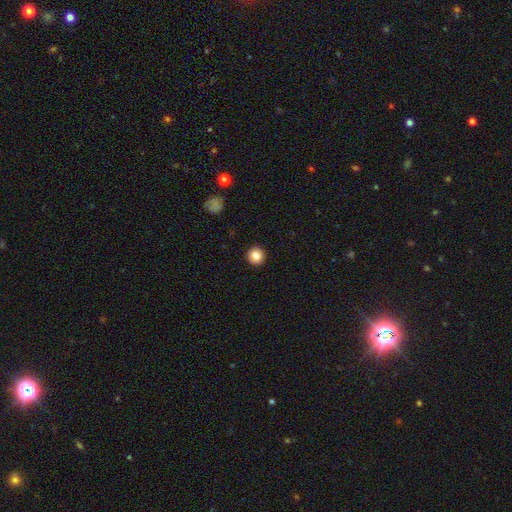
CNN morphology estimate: The model was most divided on "smooth or featured": smooth: 84%, star or artifact: 10%, featured or disk: 6%. More confident: how rounded — round (96%); merging — none (93%).